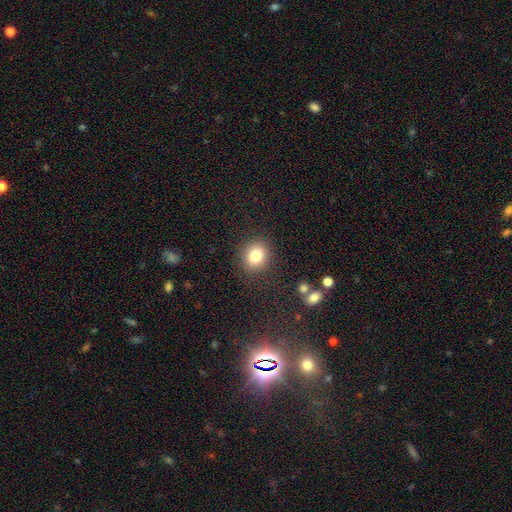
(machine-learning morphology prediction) smooth_or_featured: smooth (p=0.81) [alt: star or artifact p=0.11]
how_rounded: round (p=0.75) [alt: in between p=0.24]
merging: none (p=0.87) [alt: minor disturbance p=0.08]